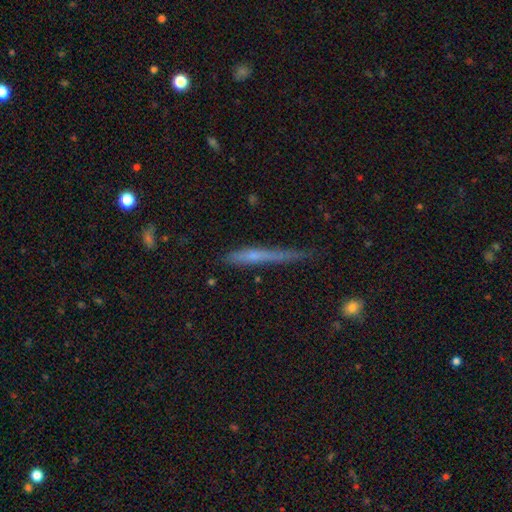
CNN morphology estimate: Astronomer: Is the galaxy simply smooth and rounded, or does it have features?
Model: smooth — 46% (runner-up: featured or disk, 45%).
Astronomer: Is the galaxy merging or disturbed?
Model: none — 59%.